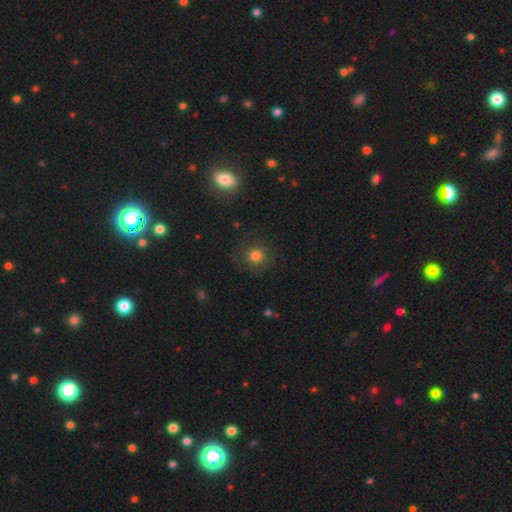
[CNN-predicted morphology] A smooth galaxy with no disk features (75%) that is round (92%). Merging: none (81%).